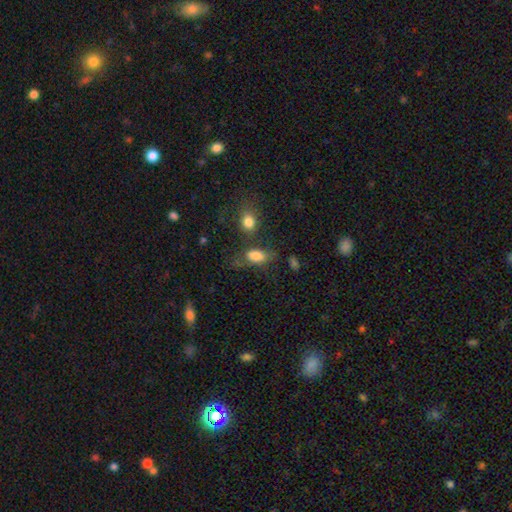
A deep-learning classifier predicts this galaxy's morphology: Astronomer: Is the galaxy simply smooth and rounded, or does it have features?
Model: smooth — 78%.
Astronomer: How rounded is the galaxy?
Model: in between — 86%.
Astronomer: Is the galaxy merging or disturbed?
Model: none — 46% (runner-up: minor disturbance, 24%).